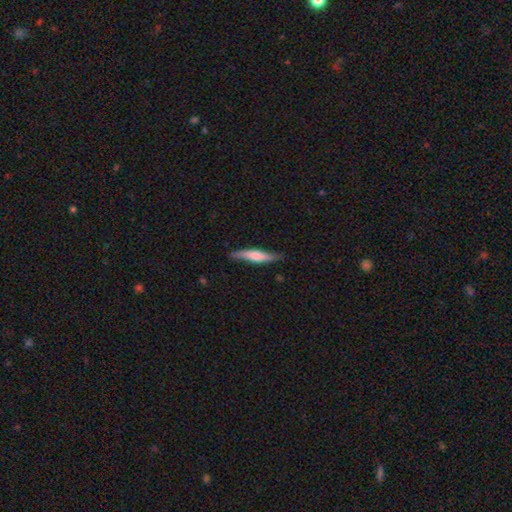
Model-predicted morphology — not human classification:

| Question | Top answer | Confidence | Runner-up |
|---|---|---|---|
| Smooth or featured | smooth | 54% | featured or disk (40%) |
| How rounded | cigar-shaped | 87% | in between (12%) |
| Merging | none | 82% | minor disturbance (15%) |